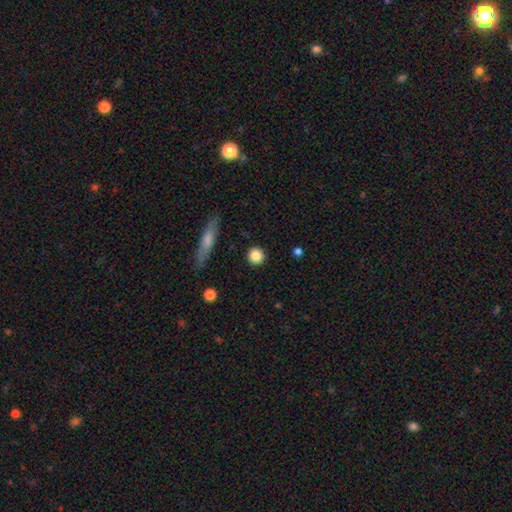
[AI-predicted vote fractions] Smooth or featured: smooth — 85% (star or artifact — 9%)
How rounded: round — 92% (in between — 6%)
Merging: none — 89% (minor disturbance — 7%)